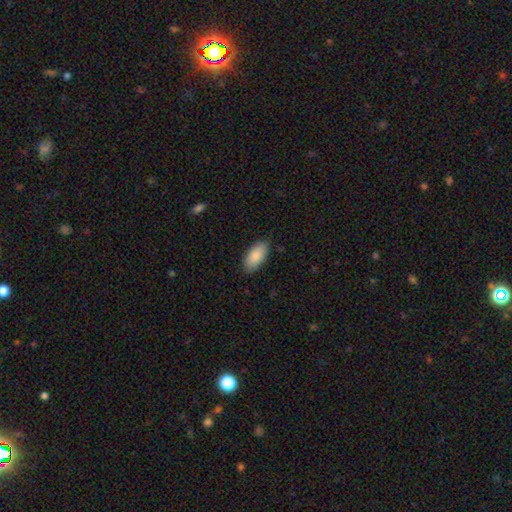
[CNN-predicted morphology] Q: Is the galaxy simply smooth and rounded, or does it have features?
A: smooth — 88%.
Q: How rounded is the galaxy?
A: in between — 93%.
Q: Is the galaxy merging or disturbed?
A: none — 87%.